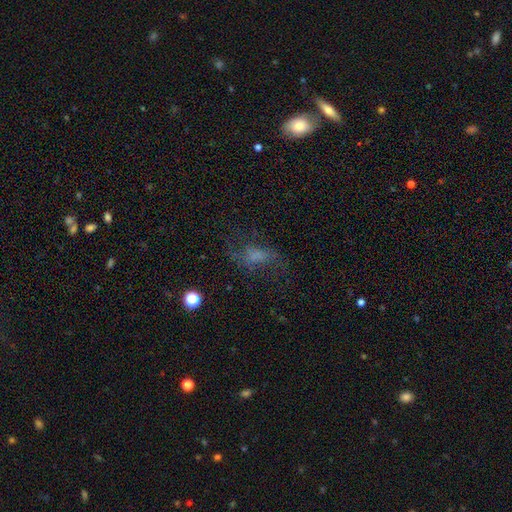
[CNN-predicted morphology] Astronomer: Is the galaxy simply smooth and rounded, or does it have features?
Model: smooth — 43% (runner-up: featured or disk, 37%).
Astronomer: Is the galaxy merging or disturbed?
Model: none — 47% (runner-up: major disturbance, 31%).